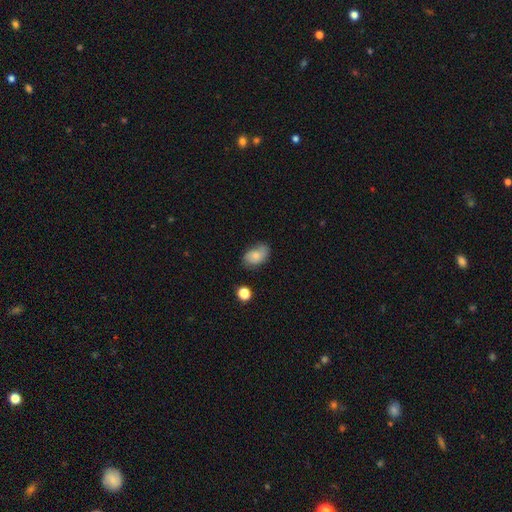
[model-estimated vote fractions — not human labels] Smooth or featured? smooth (69%)
How rounded? in between (87%)
Merging? none (63%)